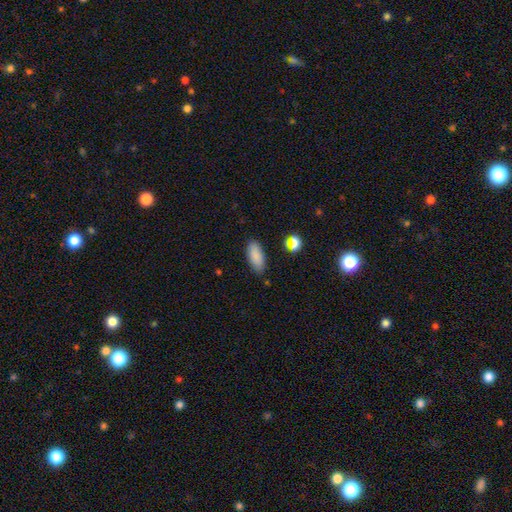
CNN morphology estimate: The model was most divided on "how rounded": in between: 81%, cigar-shaped: 17%, round: 2%. More confident: smooth or featured — smooth (87%); merging — none (83%).